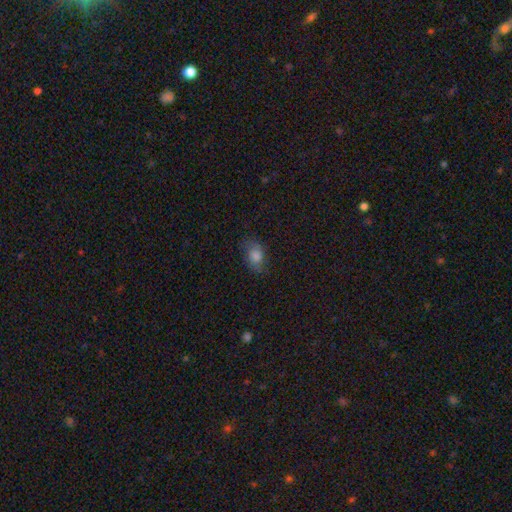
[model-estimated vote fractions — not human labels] A smooth galaxy with no disk features (72%) that is in between round and cigar-shaped (78%). Merging: none (73%).